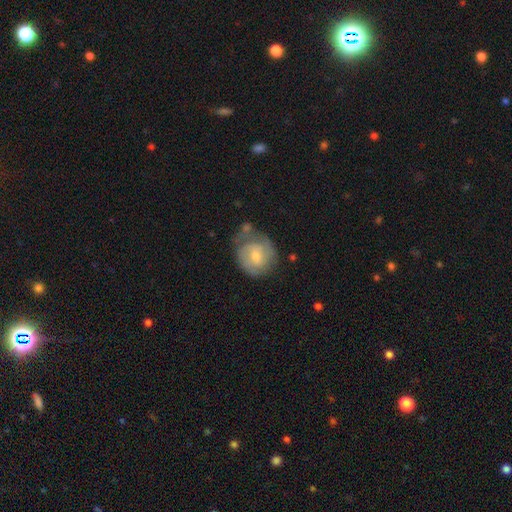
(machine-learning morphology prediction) A featured or disk galaxy (53%) with no bar (46%, tied with weak), spiral arms (77%) and a moderate central bulge (57%). Merging: none (50%).